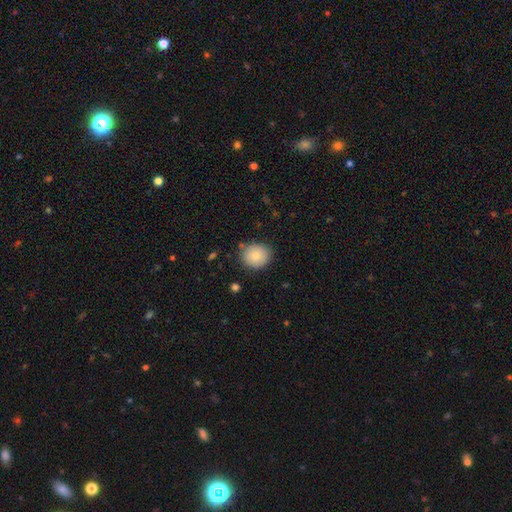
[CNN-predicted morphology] Smooth or featured? Predicted: smooth (p=0.81). How rounded? Predicted: round (p=0.77). Merging? Predicted: none (p=0.82).